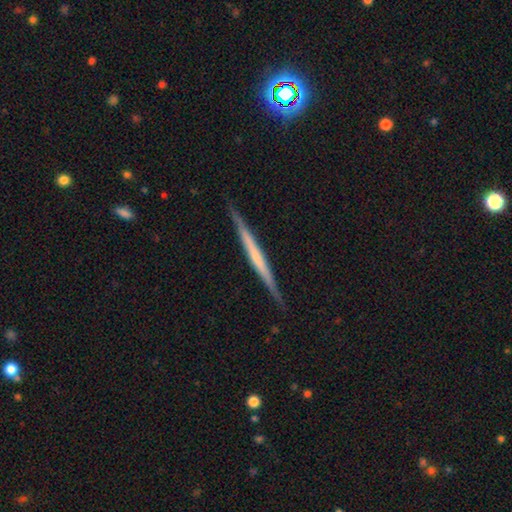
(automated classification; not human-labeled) A featured or disk galaxy (62%) viewed edge-on (98%) with no central bulge (78%). Merging: none (90%).